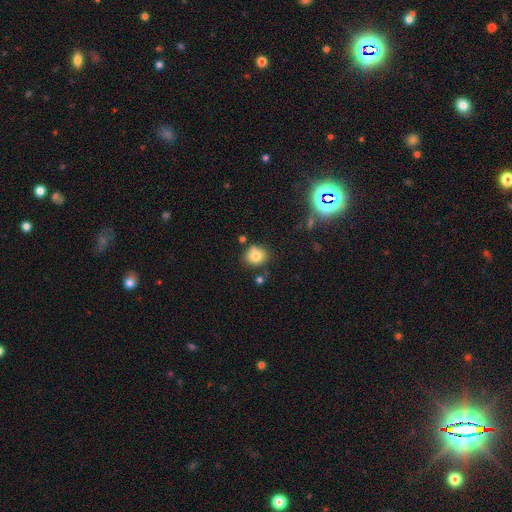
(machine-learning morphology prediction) A smooth galaxy with no disk features (79%) that is round (71%).

Vote fractions:
- Smooth or featured? smooth: 79% / star or artifact: 11% / featured or disk: 10%
- How rounded? round: 71% / in between: 28% / cigar-shaped: 1%
- Merging? none: 67% / minor disturbance: 16% / merger: 13% / major disturbance: 4%